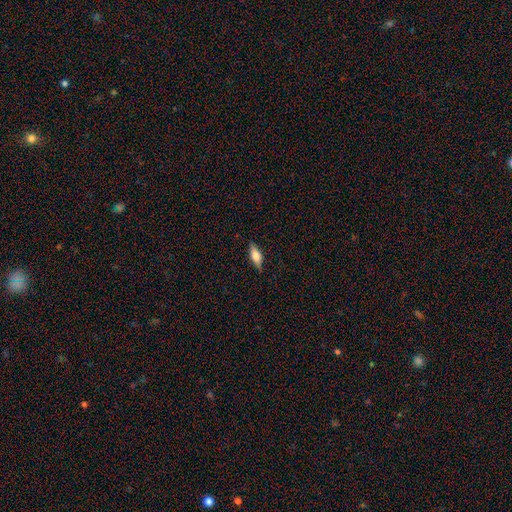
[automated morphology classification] This appears to be a smooth galaxy with no disk features (50%). Merging: none (86%).